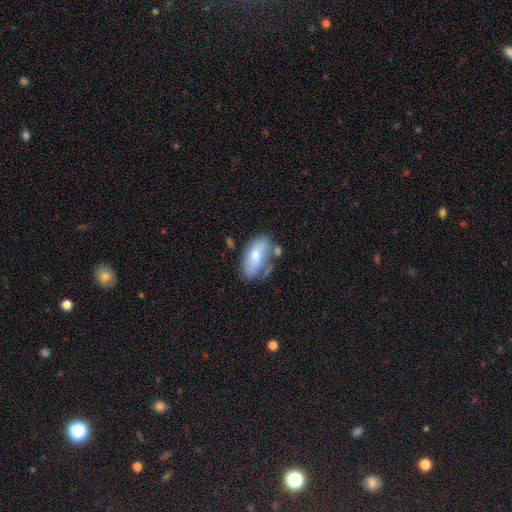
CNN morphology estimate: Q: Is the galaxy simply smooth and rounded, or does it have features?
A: smooth — 66%.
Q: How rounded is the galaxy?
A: in between — 90%.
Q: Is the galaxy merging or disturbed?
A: none — 51%.